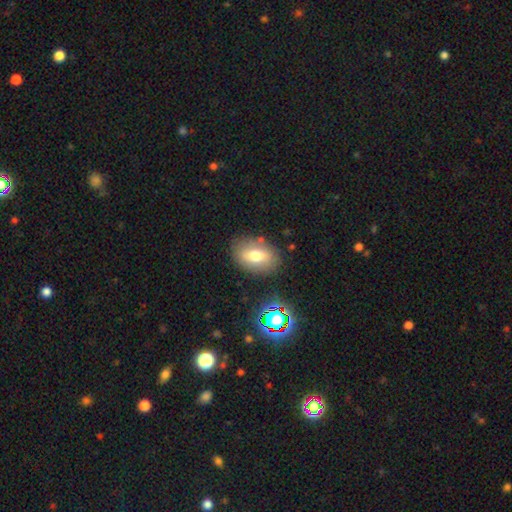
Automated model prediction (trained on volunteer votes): A smooth galaxy with no disk features (68%) that is in between round and cigar-shaped (80%).

Vote fractions:
- Smooth or featured? smooth: 68% / featured or disk: 21% / star or artifact: 11%
- How rounded? in between: 80% / round: 18% / cigar-shaped: 1%
- Merging? none: 80% / minor disturbance: 13% / major disturbance: 4% / merger: 3%